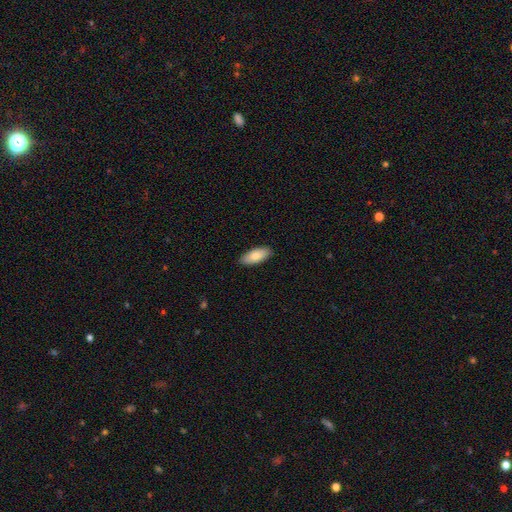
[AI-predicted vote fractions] Smooth or featured? smooth (81%)
How rounded? in between (83%)
Merging? none (89%)